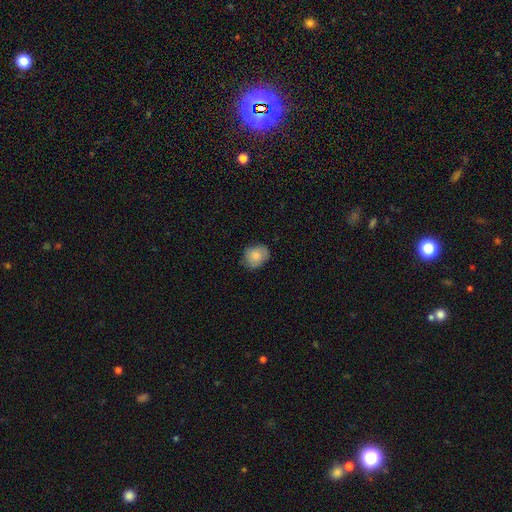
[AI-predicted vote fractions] smooth_or_featured: smooth (p=0.83) [alt: featured or disk p=0.10]
how_rounded: round (p=0.53) [alt: in between p=0.46]
merging: none (p=0.78) [alt: minor disturbance p=0.18]